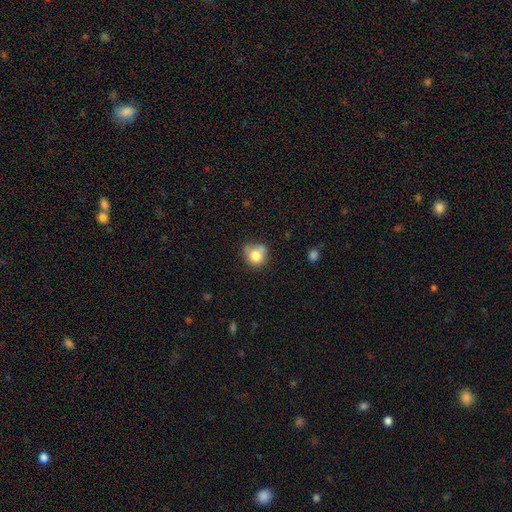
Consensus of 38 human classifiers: A smooth galaxy with no disk features (82%) that is round (90%). Merging: none (61%).